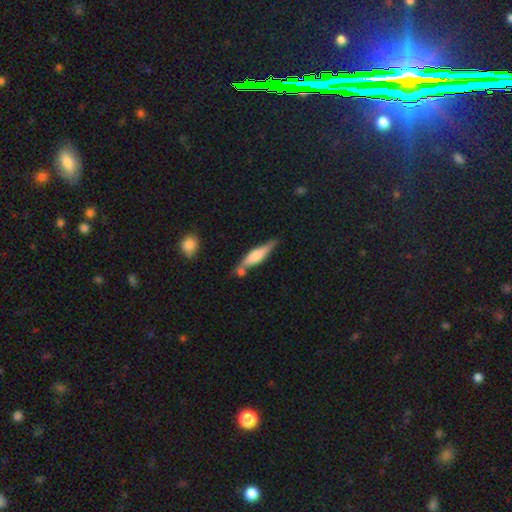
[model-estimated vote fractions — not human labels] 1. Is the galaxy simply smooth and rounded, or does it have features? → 52% smooth, 42% featured or disk, 6% star or artifact.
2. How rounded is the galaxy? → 75% cigar-shaped, 23% in between, 2% round.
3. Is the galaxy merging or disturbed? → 60% none, 18% minor disturbance, 16% merger, 5% major disturbance.